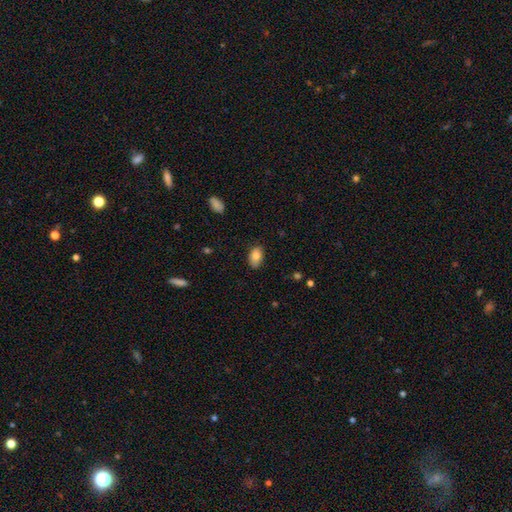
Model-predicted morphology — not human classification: A smooth galaxy with no disk features (82%) that is in between round and cigar-shaped (91%).

Vote fractions:
- Smooth or featured? smooth: 82% / featured or disk: 10% / star or artifact: 8%
- How rounded? in between: 91% / round: 8% / cigar-shaped: 2%
- Merging? none: 82% / minor disturbance: 15% / major disturbance: 3% / merger: 1%